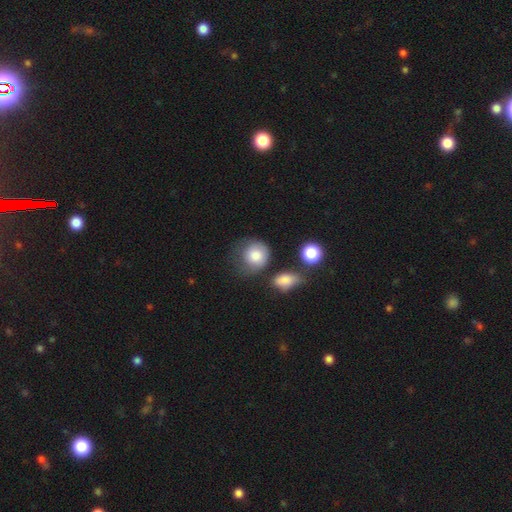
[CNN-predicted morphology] smooth 81%, featured or disk 11%, star or artifact 7%. Down the decision tree: how rounded — round (80%); merging — none (47%).